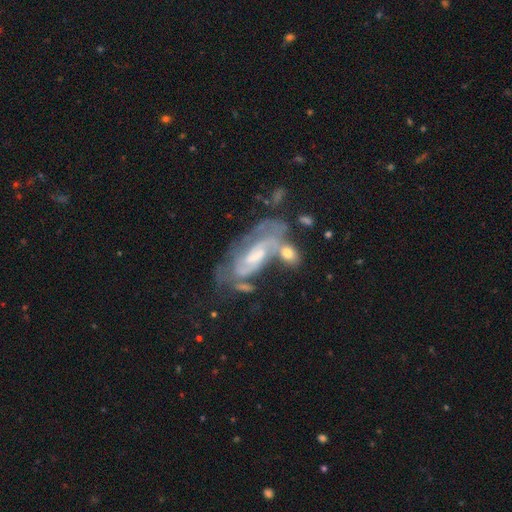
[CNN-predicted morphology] A featured or disk galaxy (77%) with no bar (44%), tight (50%) spiral arms (84%) and a moderate central bulge (41%). Merging: none (35%).